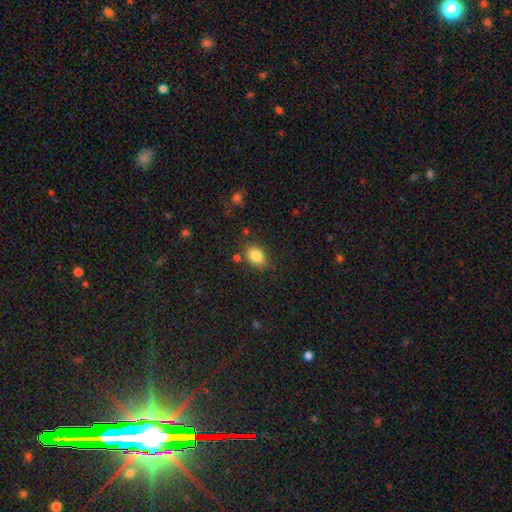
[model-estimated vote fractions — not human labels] smooth 84%, star or artifact 9%, featured or disk 7%. Down the decision tree: how rounded — in between (69%); merging — none (77%).